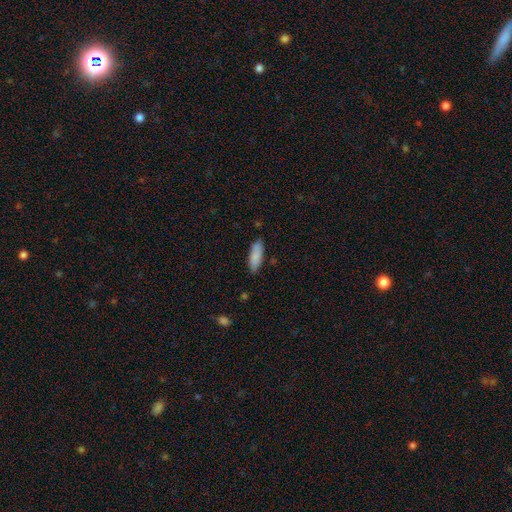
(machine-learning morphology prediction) Smooth or featured? smooth (86%)
How rounded? in between (66%)
Merging? none (83%)